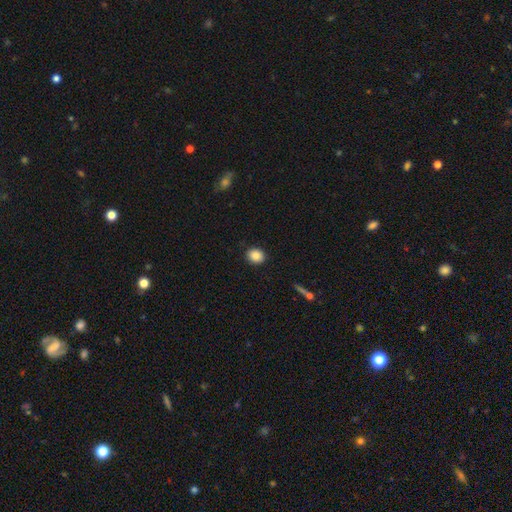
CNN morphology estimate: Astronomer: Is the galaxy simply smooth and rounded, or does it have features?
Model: smooth — 86%.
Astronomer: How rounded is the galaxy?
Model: round — 66%.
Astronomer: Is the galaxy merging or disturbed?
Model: none — 90%.